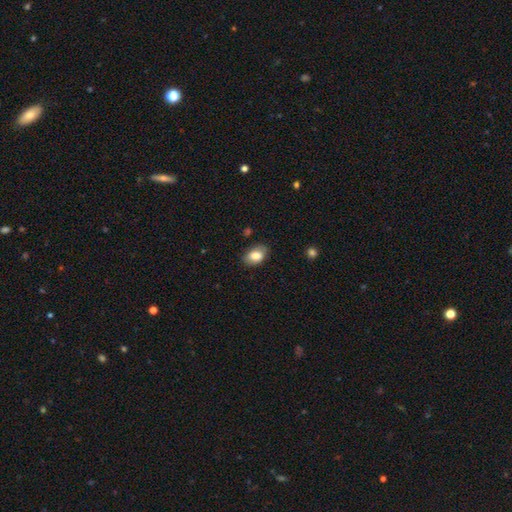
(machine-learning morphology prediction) smooth_or_featured: smooth (p=0.81) [alt: featured or disk p=0.12]
how_rounded: in between (p=0.88) [alt: round p=0.11]
merging: none (p=0.79) [alt: minor disturbance p=0.16]